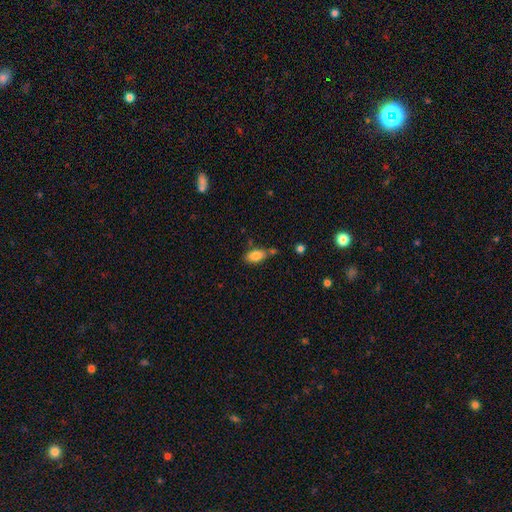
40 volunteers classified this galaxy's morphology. type=smooth (88%); roundness=in between (91%); merging=none (61%).